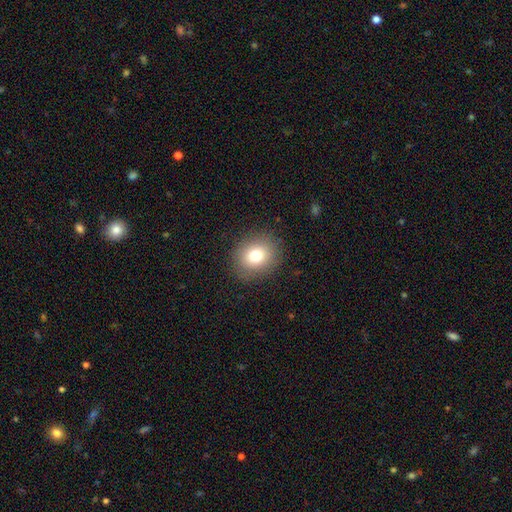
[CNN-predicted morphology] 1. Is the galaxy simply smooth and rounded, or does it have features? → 77% smooth, 12% star or artifact, 11% featured or disk.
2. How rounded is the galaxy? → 68% round, 31% in between, 1% cigar-shaped.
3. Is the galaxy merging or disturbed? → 87% none, 8% minor disturbance, 3% major disturbance, 1% merger.